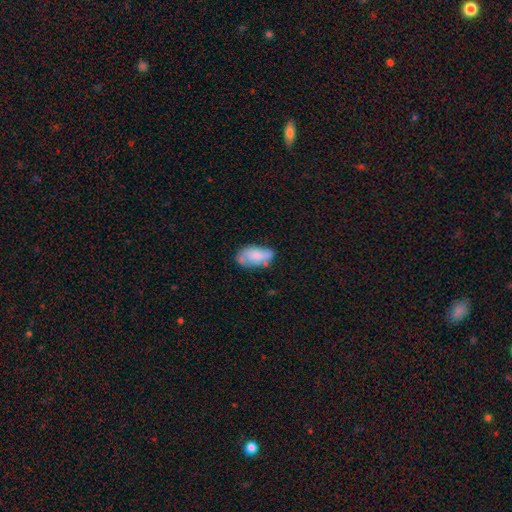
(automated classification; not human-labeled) Smooth or featured? Predicted: smooth (p=0.67). How rounded? Predicted: in between (p=0.93). Merging? Predicted: none (p=0.55).